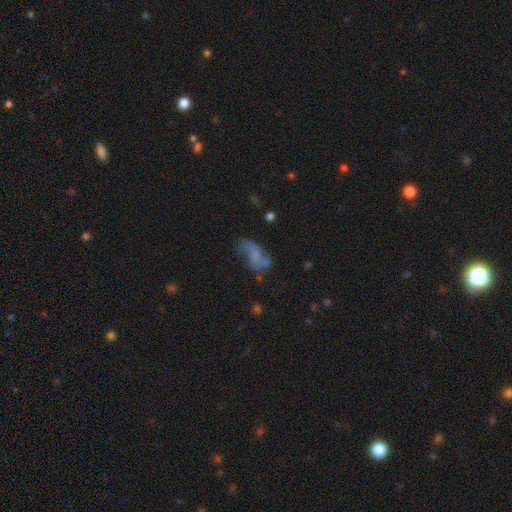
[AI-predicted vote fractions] Smooth or featured? featured or disk (46%)
Merging? none (39%)